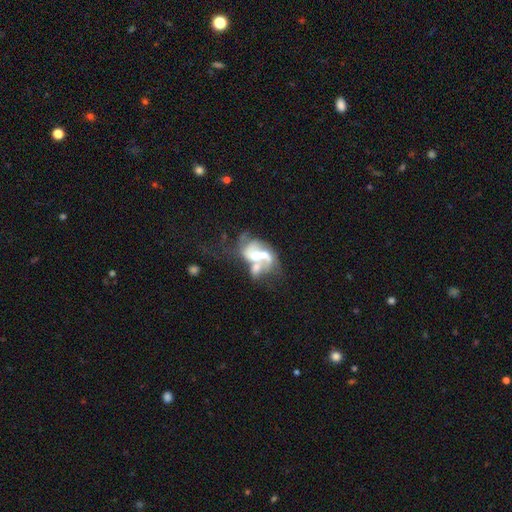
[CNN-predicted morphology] A featured or disk galaxy (69%) with no bar (73%), no spiral arms (51%) and a moderate central bulge (59%).

Vote fractions:
- Smooth or featured? featured or disk: 69% / smooth: 22% / star or artifact: 9%
- Edge-on disk? no: 97% / yes: 3%
- Bar? no: 73% / weak: 20% / strong: 8%
- Spiral arms? no: 51% / yes: 49%
- Bulge size? moderate: 59% / large: 20% / small: 11% / none: 6% / dominant: 3%
- Merging? merger: 65% / major disturbance: 17% / none: 11% / minor disturbance: 7%